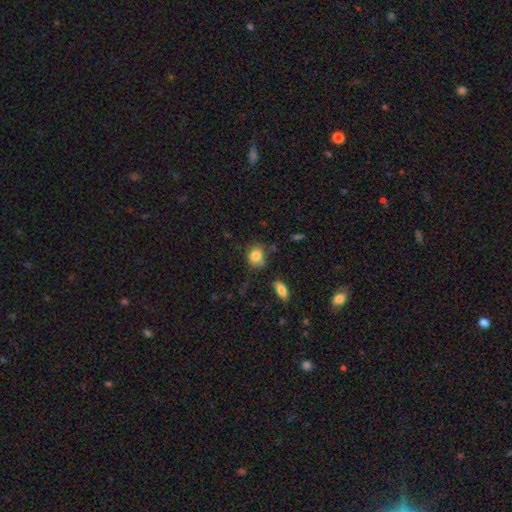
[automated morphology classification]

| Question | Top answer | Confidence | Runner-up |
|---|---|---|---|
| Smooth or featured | smooth | 82% | star or artifact (9%) |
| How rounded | round | 59% | in between (39%) |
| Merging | none | 63% | minor disturbance (23%) |